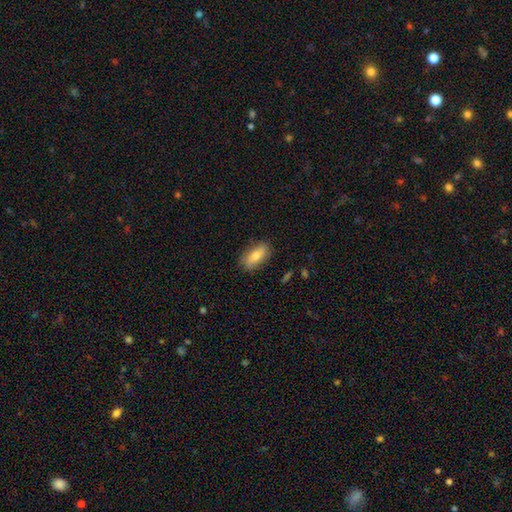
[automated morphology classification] Smooth or featured: smooth — 66% (featured or disk — 26%)
How rounded: in between — 80% (cigar-shaped — 16%)
Merging: none — 83% (minor disturbance — 13%)